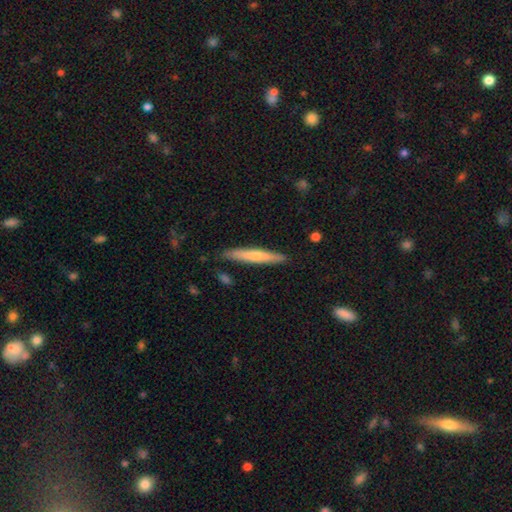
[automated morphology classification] Smooth or featured: smooth — 62% (featured or disk — 33%)
How rounded: cigar-shaped — 95% (in between — 4%)
Merging: none — 87% (minor disturbance — 9%)